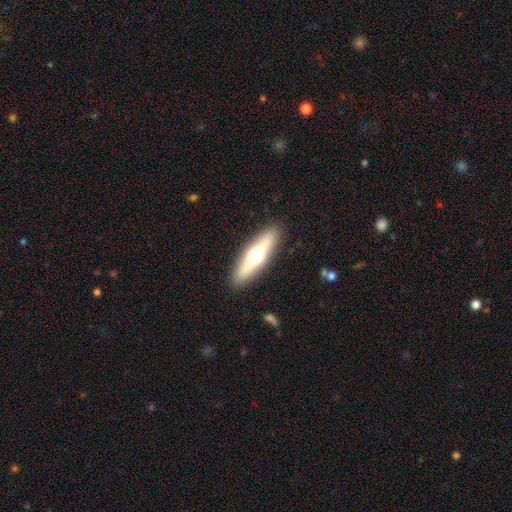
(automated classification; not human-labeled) featured or disk 52%, smooth 42%, star or artifact 6%. Down the decision tree: edge-on disk — yes (87%); merging — none (89%).